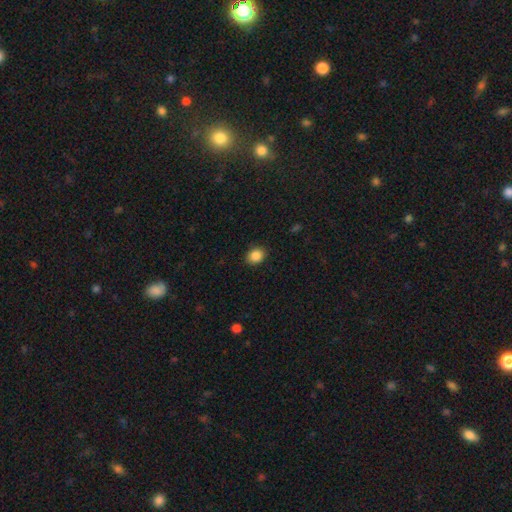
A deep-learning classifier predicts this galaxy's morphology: smooth_or_featured: smooth (p=0.87) [alt: star or artifact p=0.09]
how_rounded: round (p=0.57) [alt: in between p=0.42]
merging: none (p=0.88) [alt: minor disturbance p=0.08]